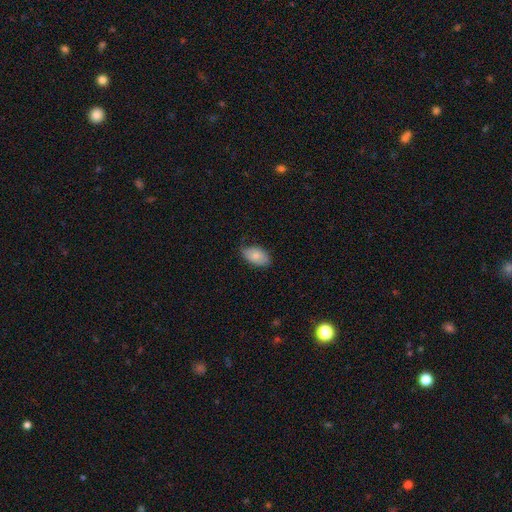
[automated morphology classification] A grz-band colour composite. It shows a smooth galaxy with no disk features (78%) that is in between round and cigar-shaped (93%). Merging: none (70%).